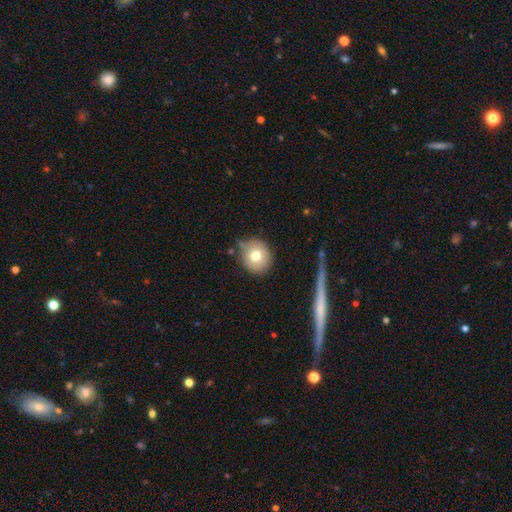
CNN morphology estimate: The model was most divided on "smooth or featured": smooth: 75%, featured or disk: 15%, star or artifact: 10%. More confident: how rounded — round (86%); merging — none (78%).